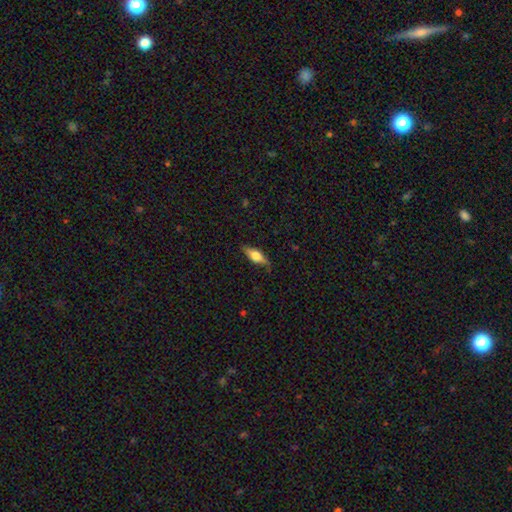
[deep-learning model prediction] smooth_or_featured: smooth (p=0.53) [alt: featured or disk p=0.40]
how_rounded: in between (p=0.62) [alt: cigar-shaped p=0.34]
merging: none (p=0.80) [alt: minor disturbance p=0.16]